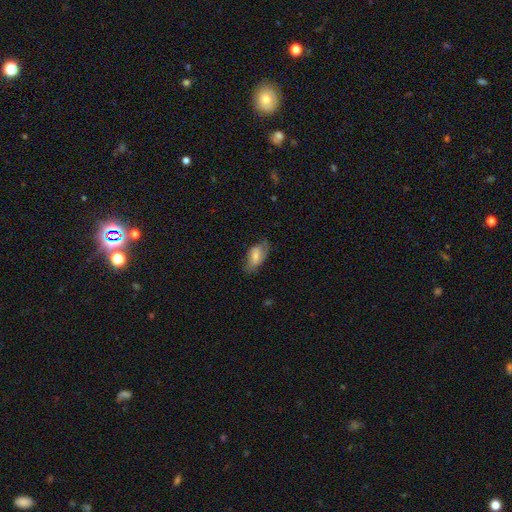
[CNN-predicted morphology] A smooth galaxy with no disk features (55%) that is in between round and cigar-shaped (90%).

Vote fractions:
- Smooth or featured? smooth: 55% / featured or disk: 38% / star or artifact: 7%
- How rounded? in between: 90% / cigar-shaped: 6% / round: 5%
- Merging? none: 63% / minor disturbance: 26% / major disturbance: 9% / merger: 1%